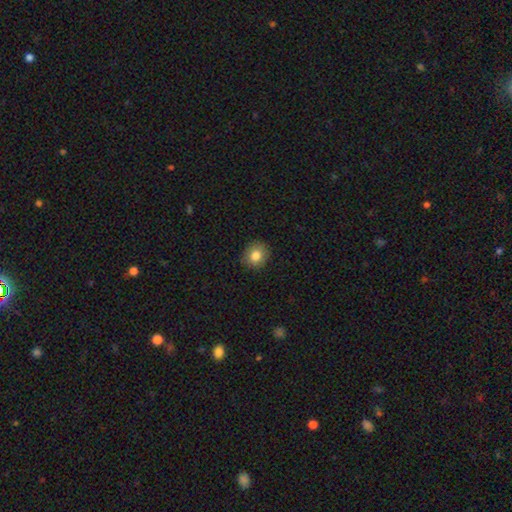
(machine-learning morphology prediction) Overall: smooth (82%). How rounded: round (78%). Merging: none (88%).